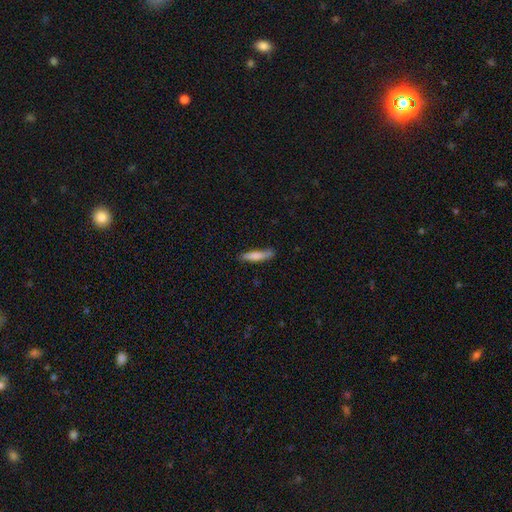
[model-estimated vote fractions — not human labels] Smooth or featured: smooth — 76% (featured or disk — 19%)
How rounded: cigar-shaped — 85% (in between — 13%)
Merging: none — 77% (minor disturbance — 18%)